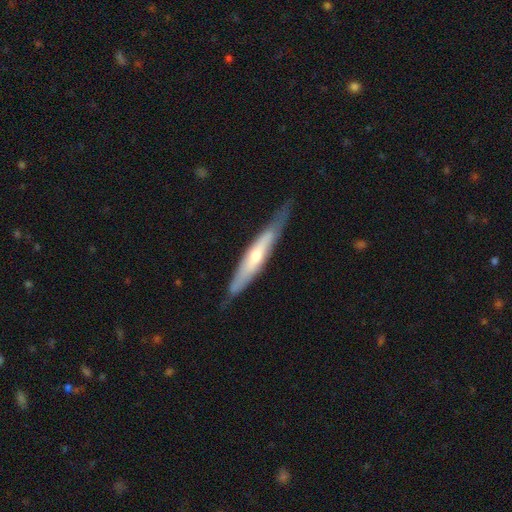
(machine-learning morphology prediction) featured or disk 56%, smooth 39%, star or artifact 5%. Down the decision tree: edge-on disk — yes (80%); merging — none (71%).